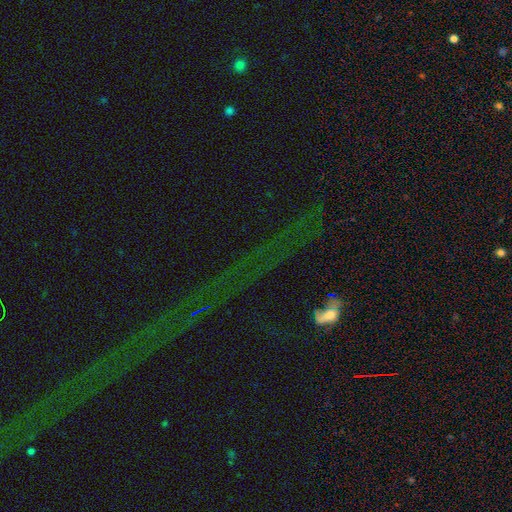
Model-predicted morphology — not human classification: This appears to be a star or artifact, not a galaxy (77%).